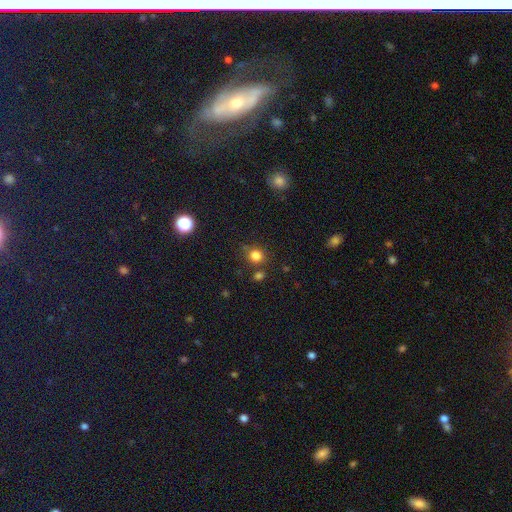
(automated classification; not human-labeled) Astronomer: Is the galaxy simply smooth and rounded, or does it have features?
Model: smooth — 81%.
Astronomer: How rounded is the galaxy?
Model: round — 83%.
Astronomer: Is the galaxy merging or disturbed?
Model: none — 75%.